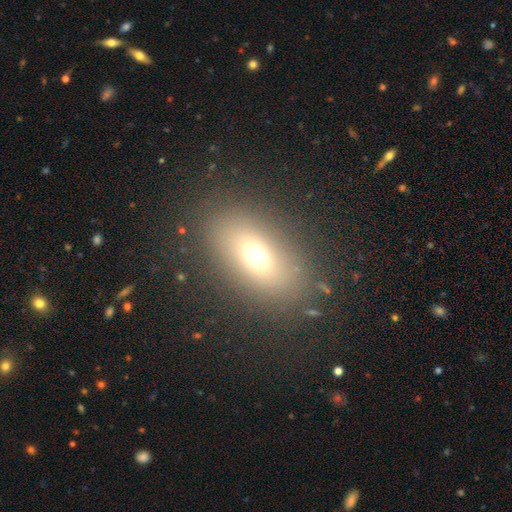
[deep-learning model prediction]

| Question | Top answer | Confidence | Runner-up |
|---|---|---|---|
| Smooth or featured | smooth | 66% | featured or disk (18%) |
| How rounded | in between | 81% | round (13%) |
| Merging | none | 85% | minor disturbance (9%) |